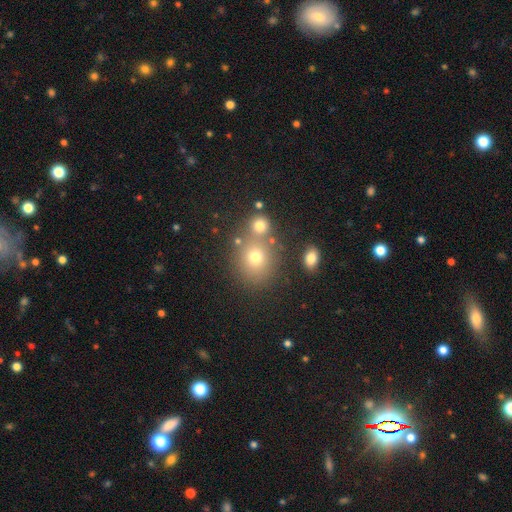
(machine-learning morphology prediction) The model was most divided on "merging": none: 60%, merger: 28%, minor disturbance: 9%, major disturbance: 4%. More confident: how rounded — round (77%); smooth or featured — smooth (65%).